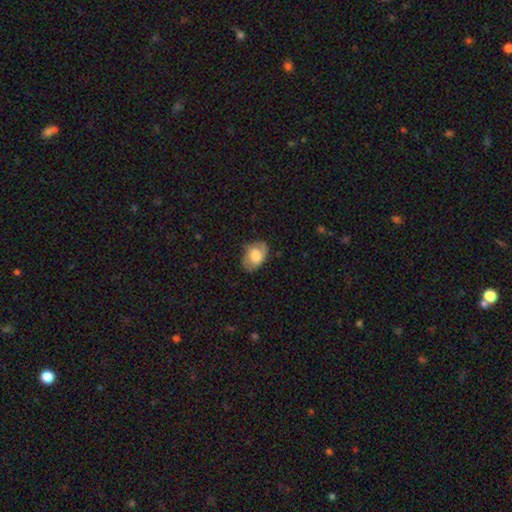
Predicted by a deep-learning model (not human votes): smooth_or_featured: smooth (p=0.62) [alt: featured or disk p=0.31]
how_rounded: in between (p=0.86) [alt: round p=0.12]
merging: none (p=0.72) [alt: minor disturbance p=0.21]